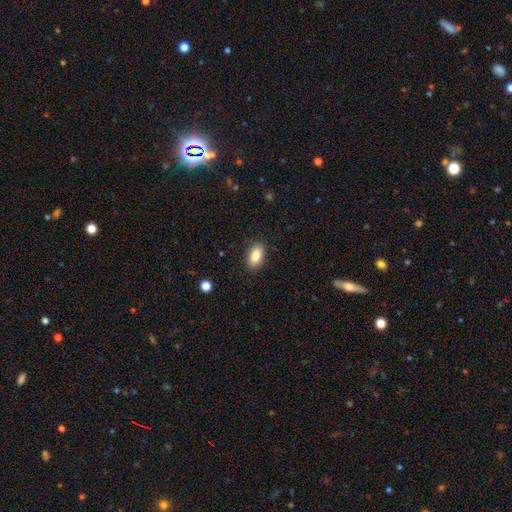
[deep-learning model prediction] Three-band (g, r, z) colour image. It shows a smooth galaxy with no disk features (87%) that is in between round and cigar-shaped (92%). Merging: none (87%).